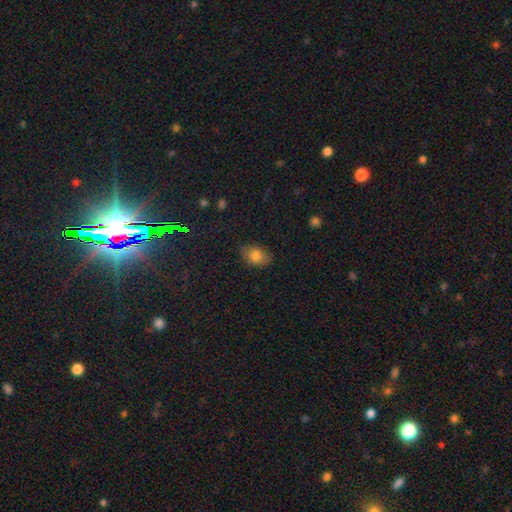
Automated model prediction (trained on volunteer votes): smooth_or_featured: smooth (p=0.80) [alt: featured or disk p=0.11]
how_rounded: in between (p=0.81) [alt: round p=0.18]
merging: none (p=0.78) [alt: minor disturbance p=0.17]